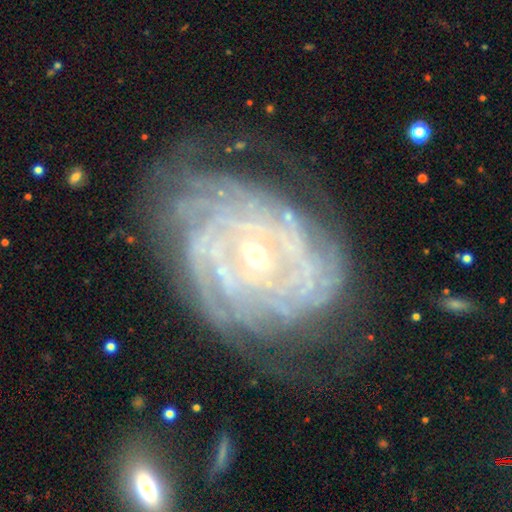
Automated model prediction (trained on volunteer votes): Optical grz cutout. It shows a featured or disk galaxy (88%) with no bar (54%), tight (83%) spiral arms (95%) and a small central bulge (62%). Merging: none (65%).